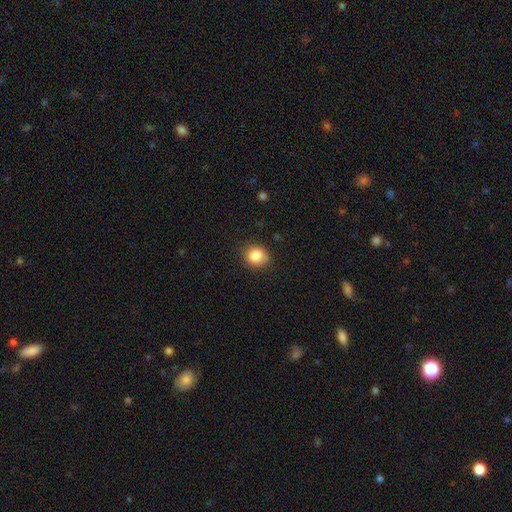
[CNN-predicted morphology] A smooth galaxy with no disk features (84%) that is round (77%).

Vote fractions:
- Smooth or featured? smooth: 84% / star or artifact: 10% / featured or disk: 6%
- How rounded? round: 77% / in between: 22% / cigar-shaped: 1%
- Merging? none: 80% / minor disturbance: 15% / major disturbance: 3% / merger: 2%